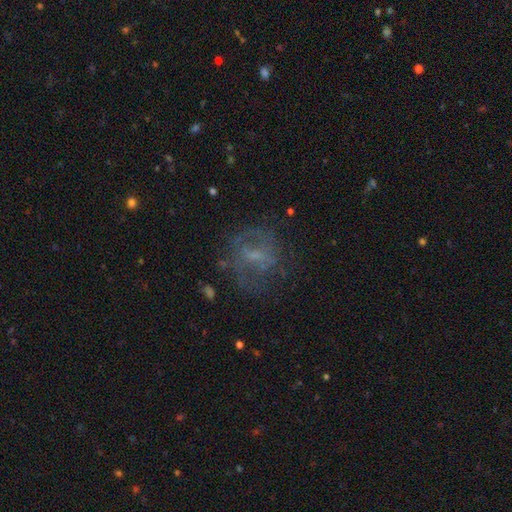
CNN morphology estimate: smooth_or_featured: featured or disk (p=0.56) [alt: smooth p=0.28]
disk_edge_on: no (p=0.96) [alt: yes p=0.04]
bar: no (p=0.44) [alt: weak p=0.43]
has_spiral_arms: no (p=0.52) [alt: yes p=0.48]
bulge_size: small (p=0.46) [alt: none p=0.28]
merging: none (p=0.60) [alt: major disturbance p=0.21]